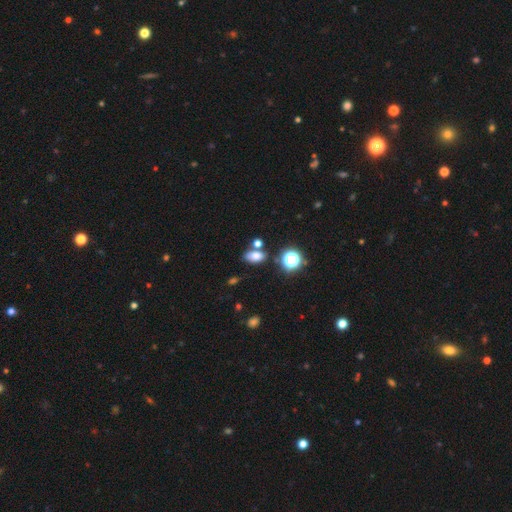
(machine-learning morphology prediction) The model was most divided on "merging": none: 64%, merger: 16%, minor disturbance: 15%, major disturbance: 5%. More confident: how rounded — in between (81%); smooth or featured — smooth (72%).